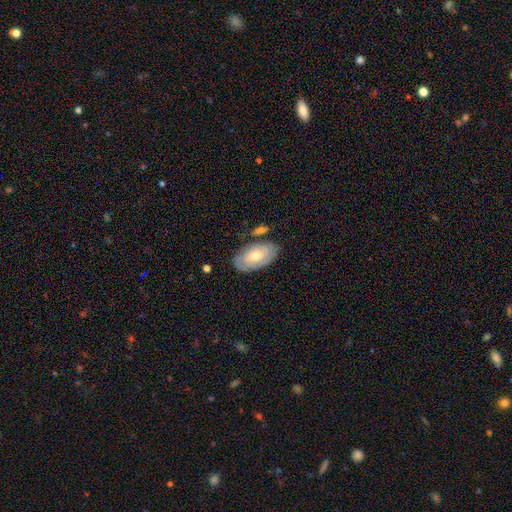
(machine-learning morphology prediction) This appears to be a smooth galaxy with no disk features (48%). Merging: none (71%).